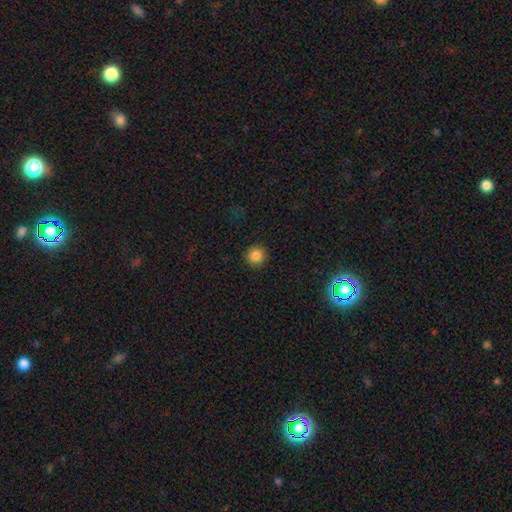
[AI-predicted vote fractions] Smooth or featured? smooth (84%)
How rounded? round (92%)
Merging? none (91%)